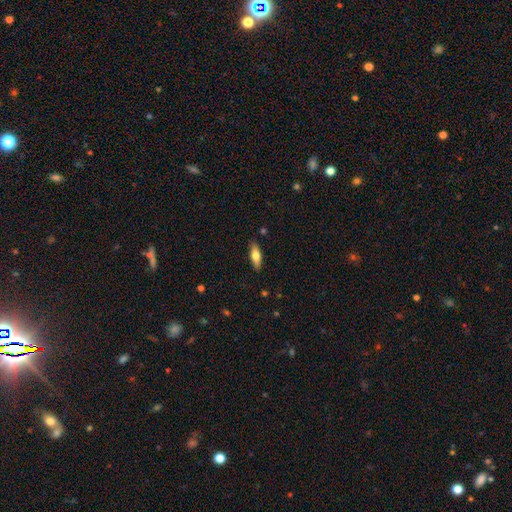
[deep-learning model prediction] A smooth galaxy with no disk features (62%) that is in between round and cigar-shaped (55%).

Vote fractions:
- Smooth or featured? smooth: 62% / featured or disk: 32% / star or artifact: 6%
- How rounded? in between: 55% / cigar-shaped: 43% / round: 3%
- Merging? none: 88% / minor disturbance: 9% / major disturbance: 2% / merger: 1%